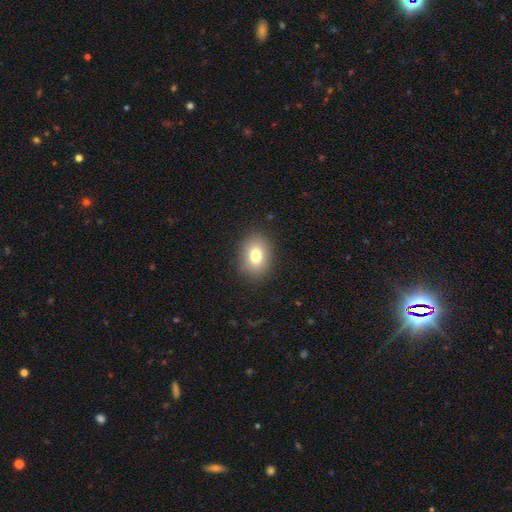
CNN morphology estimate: The model was most divided on "how rounded": in between: 66%, round: 33%, cigar-shaped: 1%. More confident: merging — none (88%); smooth or featured — smooth (79%).